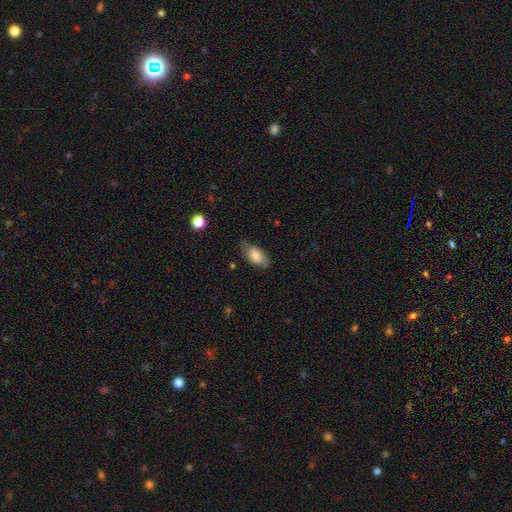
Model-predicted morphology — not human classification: The model was most divided on "merging": none: 66%, minor disturbance: 26%, major disturbance: 6%, merger: 1%. More confident: how rounded — in between (92%); smooth or featured — smooth (75%).